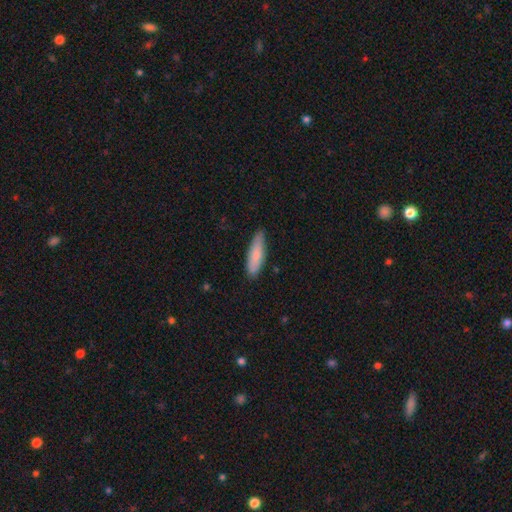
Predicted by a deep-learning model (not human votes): Smooth or featured? smooth (82%)
How rounded? cigar-shaped (63%)
Merging? none (80%)